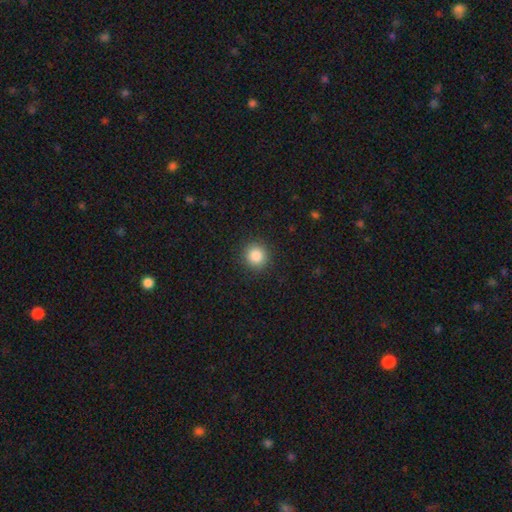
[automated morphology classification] This is clearly a smooth galaxy (85%). How rounded: clearly round (92%). Merging: clearly none (91%).